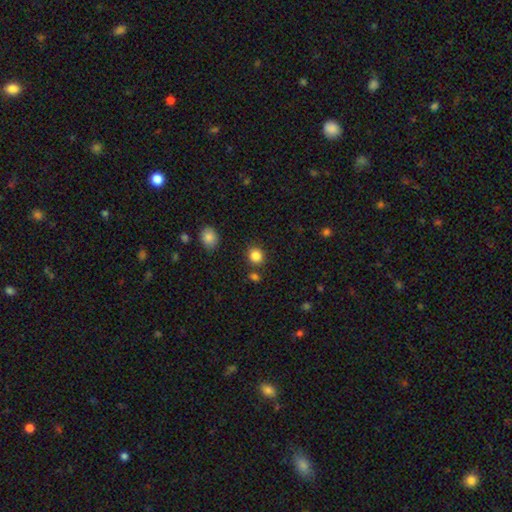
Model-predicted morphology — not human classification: smooth-or-featured: smooth: 85% | star or artifact: 11% | featured or disk: 4%
  how-rounded: round: 79% | in between: 20% | cigar-shaped: 1%
  merging: none: 82% | minor disturbance: 9% | merger: 6% | major disturbance: 3%